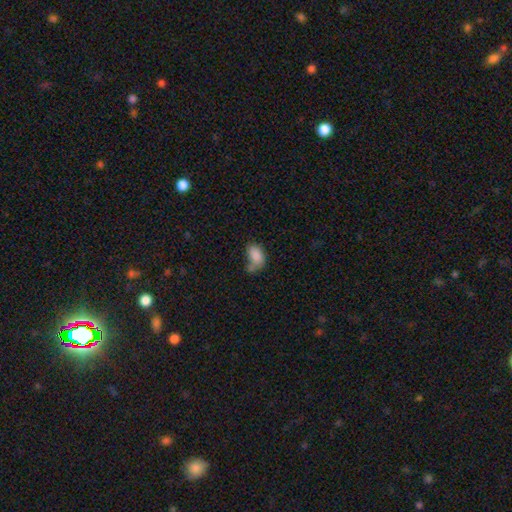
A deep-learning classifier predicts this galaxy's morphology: A smooth galaxy with no disk features (84%) that is in between round and cigar-shaped (90%).

Vote fractions:
- Smooth or featured? smooth: 84% / star or artifact: 9% / featured or disk: 8%
- How rounded? in between: 90% / round: 9% / cigar-shaped: 2%
- Merging? none: 37% / minor disturbance: 26% / merger: 20% / major disturbance: 17%